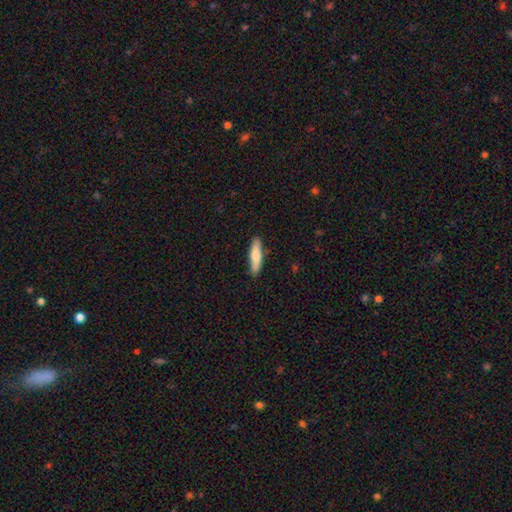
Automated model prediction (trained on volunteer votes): smooth-or-featured: smooth: 71% | featured or disk: 23% | star or artifact: 5%
  how-rounded: cigar-shaped: 75% | in between: 23% | round: 2%
  merging: none: 87% | minor disturbance: 10% | major disturbance: 2% | merger: 1%